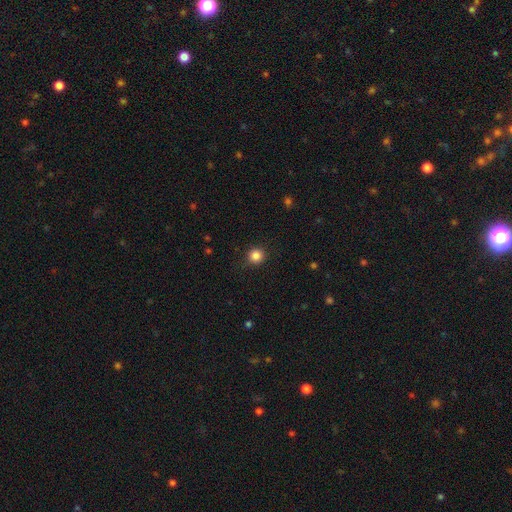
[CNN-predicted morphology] This appears to be a smooth galaxy with no disk features (85%) that is round (93%). Merging: none (89%).